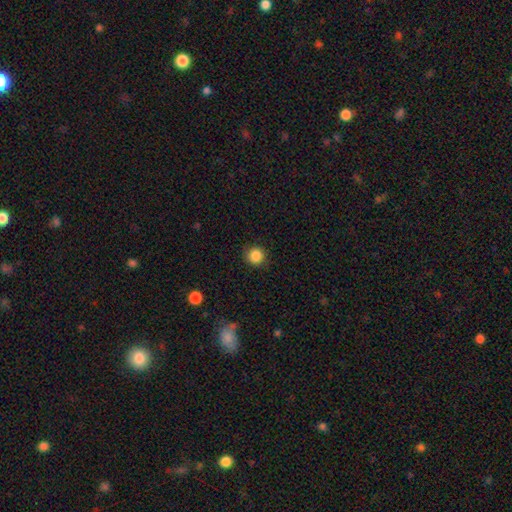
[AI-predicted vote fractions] Smooth or featured?
  - smooth: 86% *
  - star or artifact: 10%
  - featured or disk: 3%
How rounded?
  - round: 94% *
  - in between: 5%
  - cigar-shaped: 1%
Merging?
  - none: 88% *
  - minor disturbance: 9%
  - major disturbance: 2%
  - merger: 1%